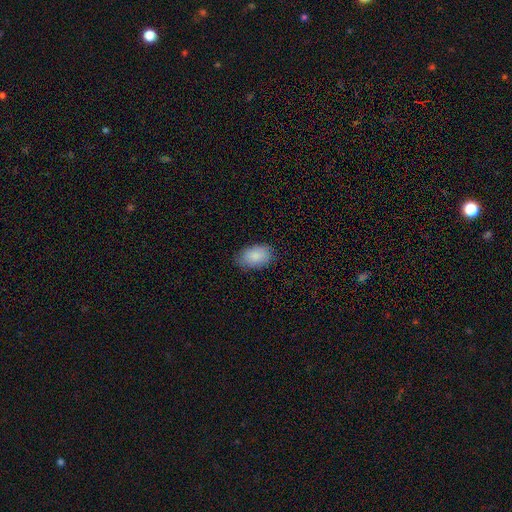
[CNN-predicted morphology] type=smooth (88%); roundness=in between (92%); merging=none (82%).